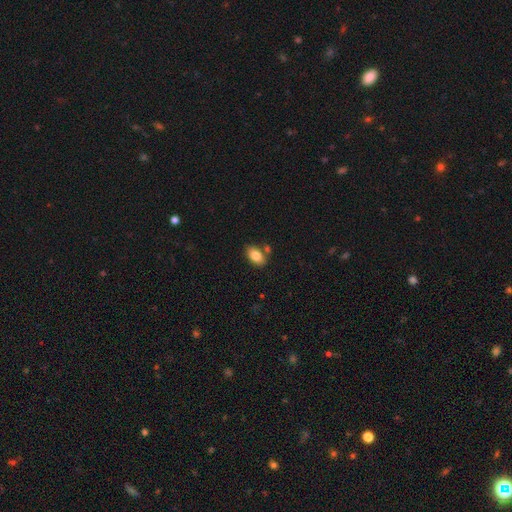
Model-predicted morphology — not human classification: type=smooth (81%); roundness=in between (90%); merging=none (75%).